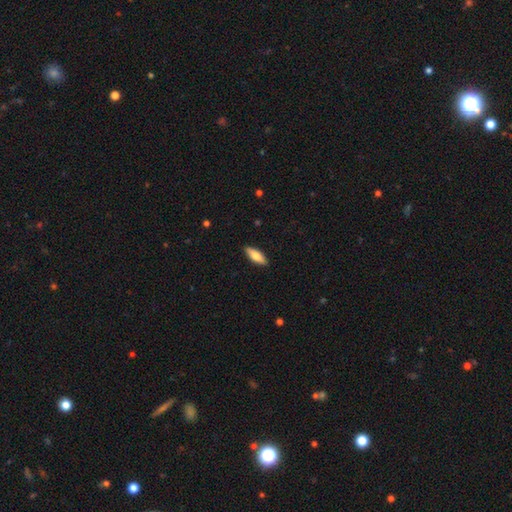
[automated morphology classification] A smooth galaxy with no disk features (68%) that is in between round and cigar-shaped (57%). Merging: none (89%).